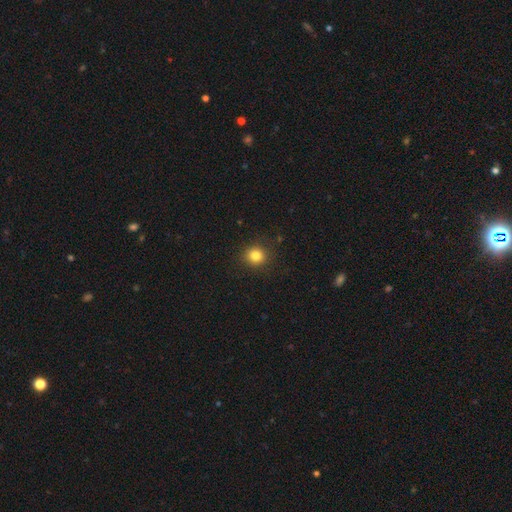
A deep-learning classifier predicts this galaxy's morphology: type=smooth (82%); roundness=round (90%); merging=none (90%).